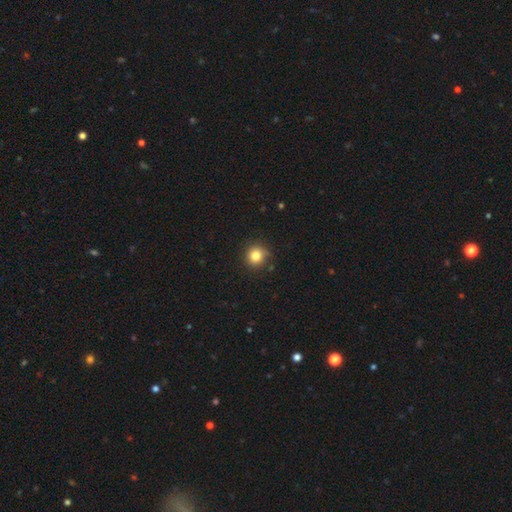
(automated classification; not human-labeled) smooth 82%, star or artifact 12%, featured or disk 6%. Down the decision tree: how rounded — round (93%); merging — none (83%).